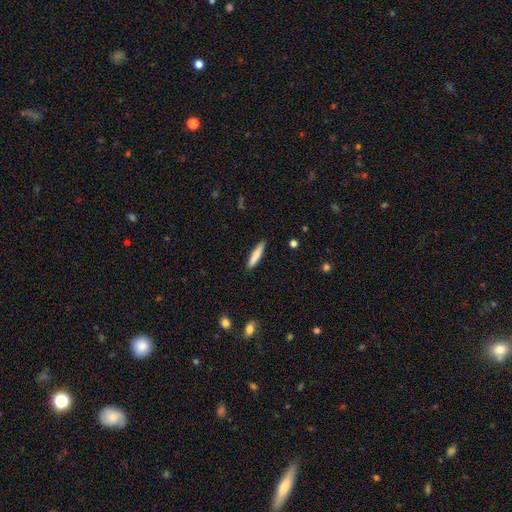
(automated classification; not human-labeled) Smooth or featured? smooth (81%)
How rounded? cigar-shaped (86%)
Merging? none (88%)